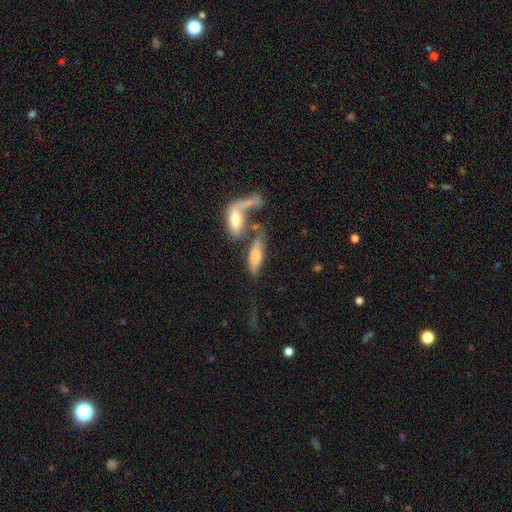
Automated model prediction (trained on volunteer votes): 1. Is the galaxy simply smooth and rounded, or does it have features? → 67% smooth, 26% featured or disk, 8% star or artifact.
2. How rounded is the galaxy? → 65% in between, 32% cigar-shaped, 3% round.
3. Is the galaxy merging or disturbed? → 37% none, 36% merger, 15% minor disturbance, 12% major disturbance.